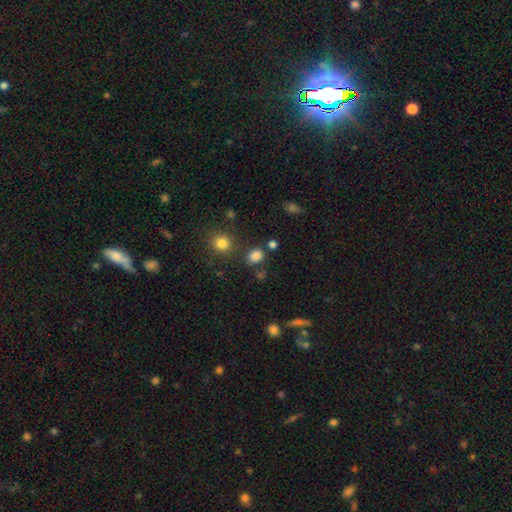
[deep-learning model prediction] smooth_or_featured: smooth (p=0.81) [alt: star or artifact p=0.14]
how_rounded: round (p=0.52) [alt: in between p=0.47]
merging: none (p=0.75) [alt: minor disturbance p=0.11]